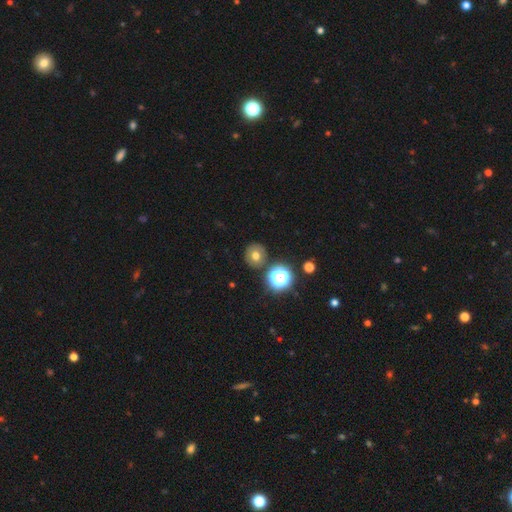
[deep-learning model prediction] Smooth or featured? Predicted: smooth (p=0.68). How rounded? Predicted: round (p=0.89). Merging? Predicted: none (p=0.84).